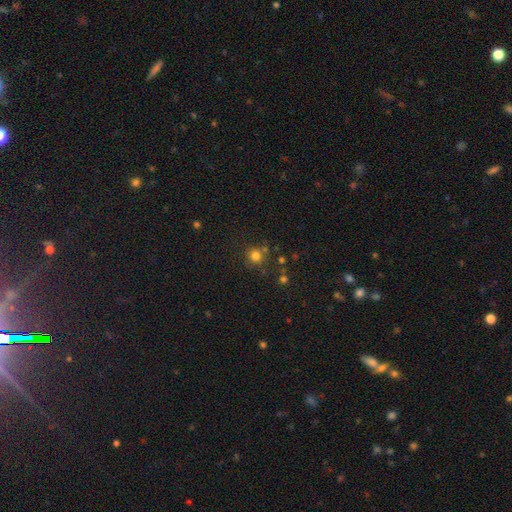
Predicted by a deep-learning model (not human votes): Smooth or featured?
  - smooth: 78% *
  - star or artifact: 16%
  - featured or disk: 6%
How rounded?
  - round: 90% *
  - in between: 9%
  - cigar-shaped: 1%
Merging?
  - none: 75% *
  - merger: 10%
  - minor disturbance: 10%
  - major disturbance: 4%